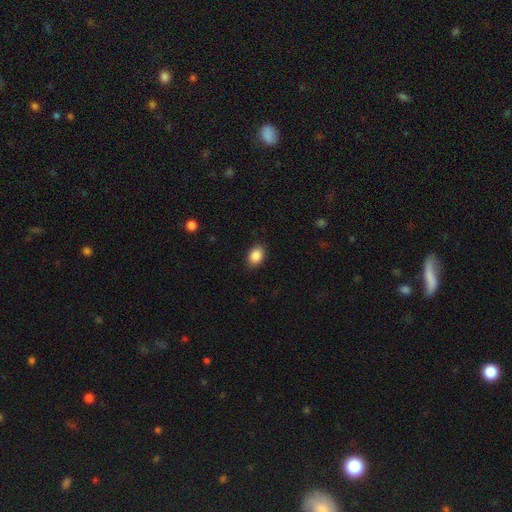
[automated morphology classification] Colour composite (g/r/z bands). It shows a smooth galaxy with no disk features (88%) that is in between round and cigar-shaped (78%). Merging: none (87%).